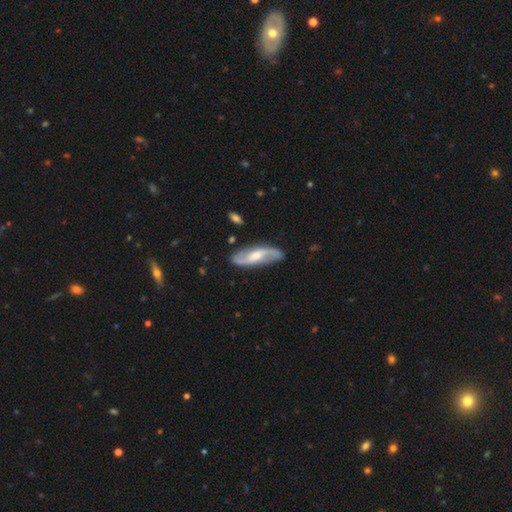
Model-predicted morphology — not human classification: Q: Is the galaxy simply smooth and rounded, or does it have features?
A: featured or disk — 81%.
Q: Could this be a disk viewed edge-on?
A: no — 89%.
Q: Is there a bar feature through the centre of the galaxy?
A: weak — 47%.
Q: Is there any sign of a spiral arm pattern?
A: yes — 95%.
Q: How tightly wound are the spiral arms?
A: loose — 50%.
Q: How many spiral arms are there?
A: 2 — 91%.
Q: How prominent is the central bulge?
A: moderate — 55%.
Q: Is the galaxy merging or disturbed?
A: none — 83%.